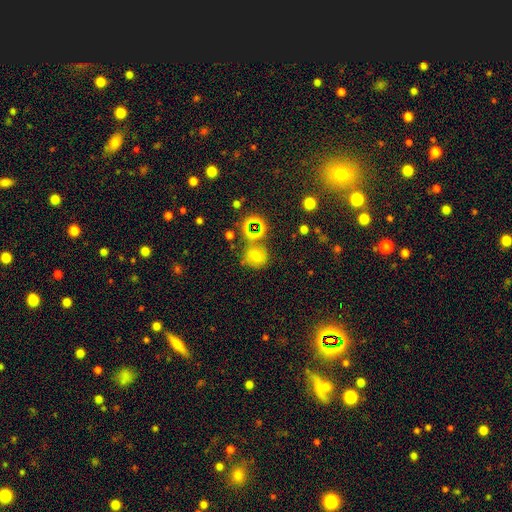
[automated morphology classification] A smooth galaxy with no disk features (53%) that is round (77%).

Vote fractions:
- Smooth or featured? smooth: 53% / star or artifact: 33% / featured or disk: 14%
- How rounded? round: 77% / in between: 22% / cigar-shaped: 1%
- Merging? none: 66% / minor disturbance: 14% / merger: 13% / major disturbance: 7%